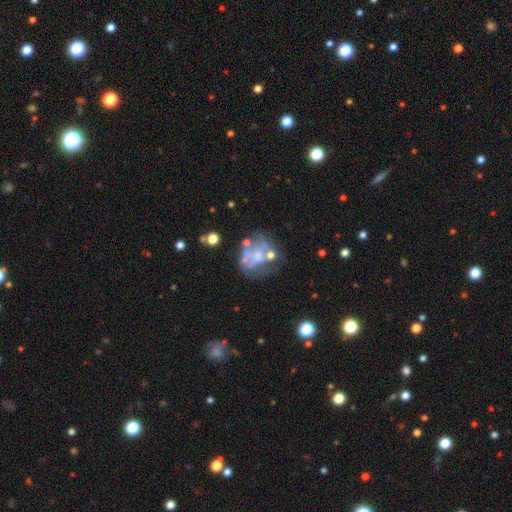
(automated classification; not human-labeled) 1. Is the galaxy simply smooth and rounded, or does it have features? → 63% featured or disk, 24% smooth, 13% star or artifact.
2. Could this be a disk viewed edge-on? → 98% no, 2% yes.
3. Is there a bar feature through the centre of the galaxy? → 87% no, 10% weak, 3% strong.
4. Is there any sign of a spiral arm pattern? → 84% no, 16% yes.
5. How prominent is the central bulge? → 51% none, 23% moderate, 21% small, 4% large, 1% dominant.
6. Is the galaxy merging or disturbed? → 39% none, 27% major disturbance, 19% minor disturbance, 15% merger.